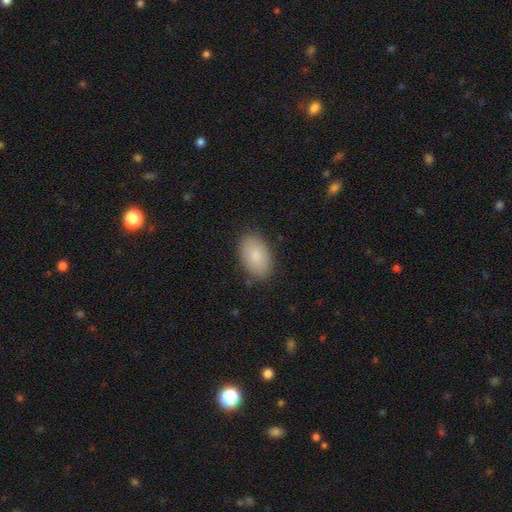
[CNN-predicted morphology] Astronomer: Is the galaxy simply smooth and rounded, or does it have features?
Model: smooth — 85%.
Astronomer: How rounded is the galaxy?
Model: in between — 93%.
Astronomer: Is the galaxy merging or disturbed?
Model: none — 85%.